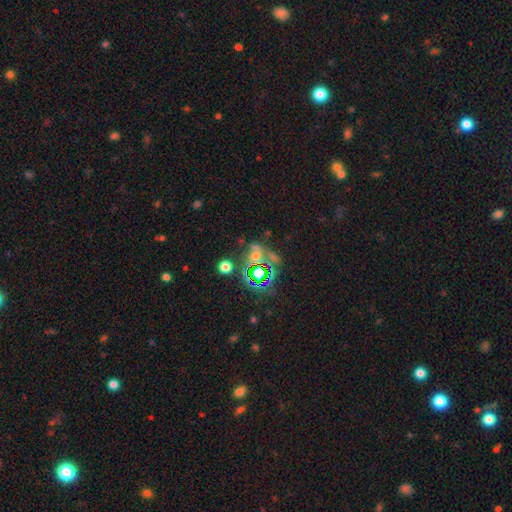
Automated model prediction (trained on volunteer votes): Smooth or featured?
  - star or artifact: 50% *
  - smooth: 29%
  - featured or disk: 21%